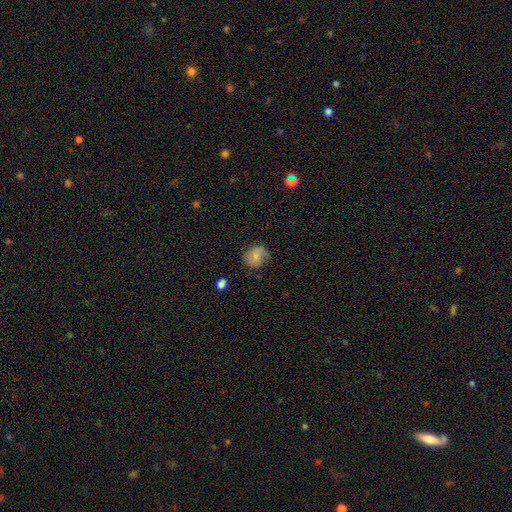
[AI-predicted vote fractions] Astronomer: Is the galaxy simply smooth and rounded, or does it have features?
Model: smooth — 65%.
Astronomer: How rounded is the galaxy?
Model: round — 73%.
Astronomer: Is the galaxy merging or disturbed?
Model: none — 62%.